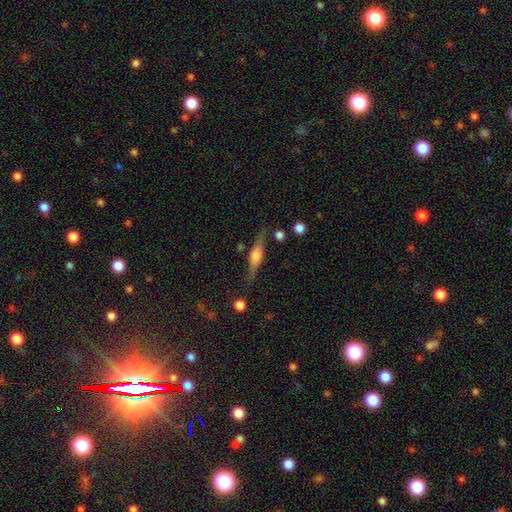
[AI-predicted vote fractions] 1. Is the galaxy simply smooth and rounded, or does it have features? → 74% featured or disk, 19% smooth, 7% star or artifact.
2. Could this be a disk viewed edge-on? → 96% yes, 4% no.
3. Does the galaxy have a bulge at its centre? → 81% rounded, 16% boxy, 3% none.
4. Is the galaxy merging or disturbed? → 82% none, 12% minor disturbance, 4% major disturbance, 3% merger.